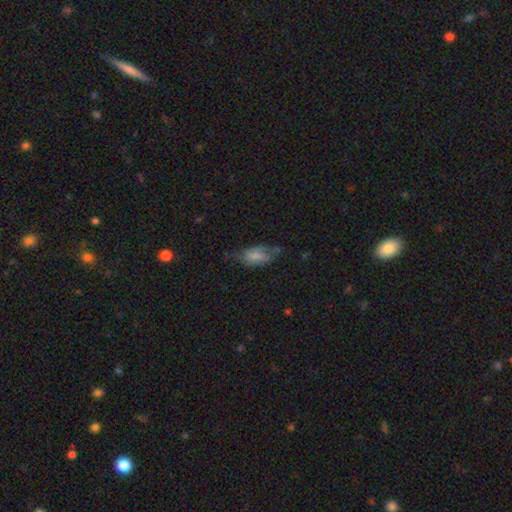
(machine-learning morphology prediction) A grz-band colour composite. It shows a smooth galaxy with no disk features (62%) that is in between round and cigar-shaped (89%). Merging: none (48%).